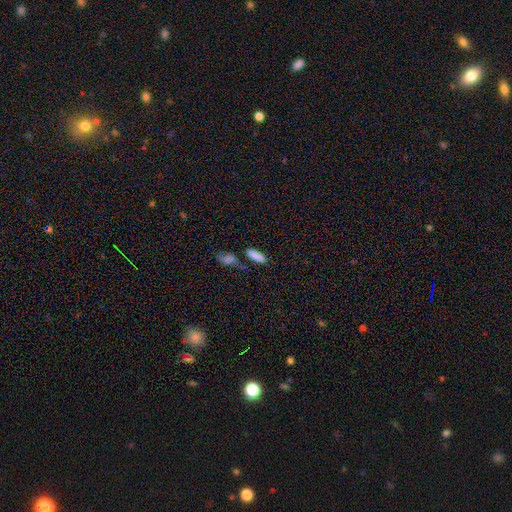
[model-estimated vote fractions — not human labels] This is clearly a smooth galaxy (84%). How rounded: possibly in between (50%). Merging: likely none (61%).